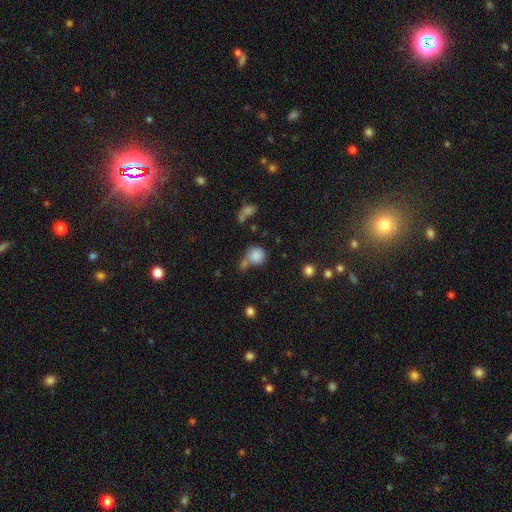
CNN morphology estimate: Q: Smooth or featured?
A: smooth (83%); runner-up: star or artifact (10%)
Q: How rounded?
A: round (85%); runner-up: in between (13%)
Q: Merging?
A: none (48%); runner-up: merger (26%)